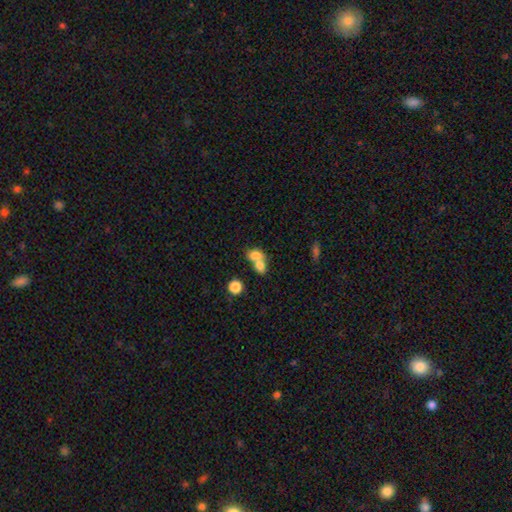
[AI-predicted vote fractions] Morphology: type=smooth (74%); roundness=in between (62%); merging=merger (67%).